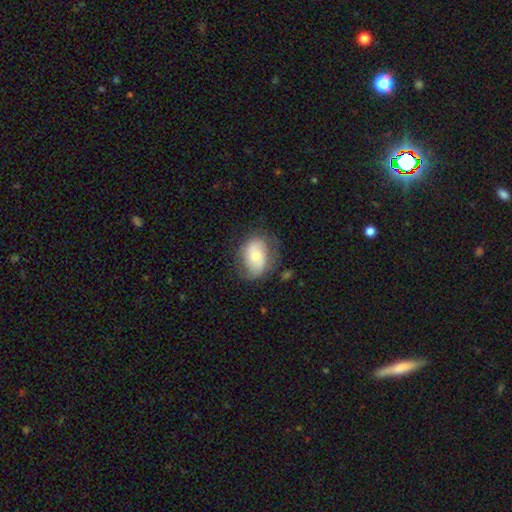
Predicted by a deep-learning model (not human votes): Q: Smooth or featured?
A: smooth (56%); runner-up: featured or disk (37%)
Q: How rounded?
A: in between (76%); runner-up: round (23%)
Q: Merging?
A: none (59%); runner-up: minor disturbance (27%)